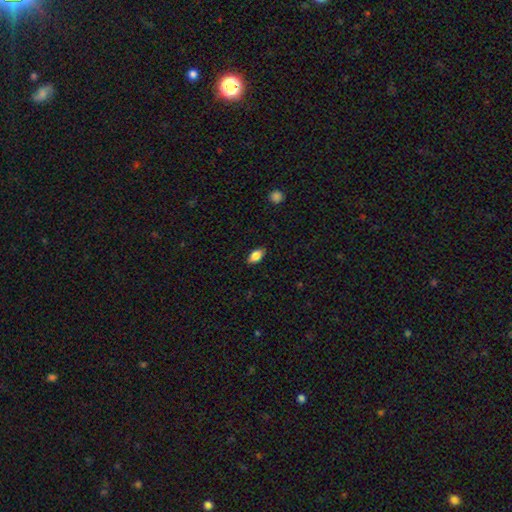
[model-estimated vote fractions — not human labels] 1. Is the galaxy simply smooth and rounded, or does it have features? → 81% smooth, 11% featured or disk, 8% star or artifact.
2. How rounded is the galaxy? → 88% in between, 6% round, 5% cigar-shaped.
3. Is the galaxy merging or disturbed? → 86% none, 11% minor disturbance, 2% major disturbance, 1% merger.